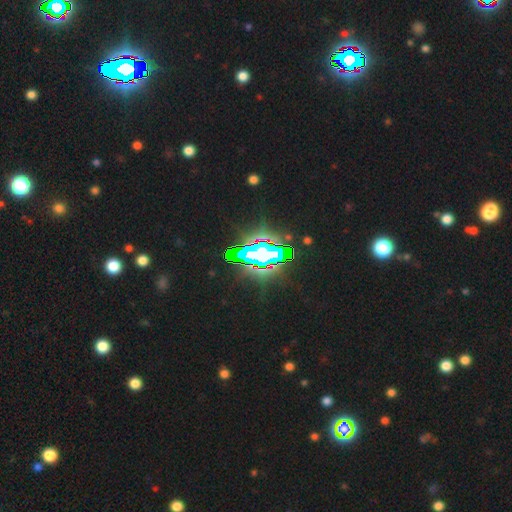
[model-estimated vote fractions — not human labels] A star or artifact, not a galaxy (72%).

Vote fractions:
- Smooth or featured? star or artifact: 72% / featured or disk: 16% / smooth: 12%